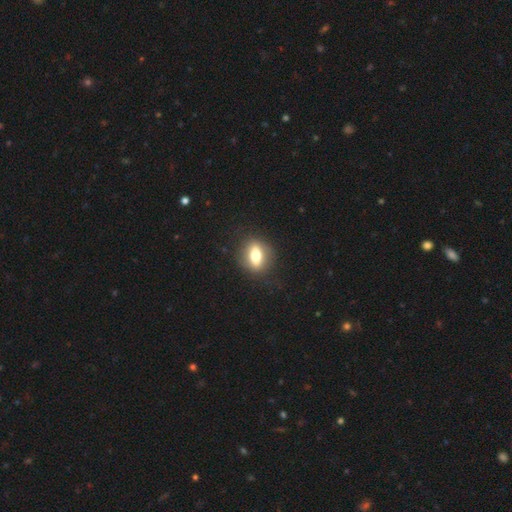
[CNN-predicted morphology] Smooth or featured?
  - smooth: 60% *
  - featured or disk: 32%
  - star or artifact: 8%
How rounded?
  - in between: 62% *
  - round: 27%
  - cigar-shaped: 11%
Merging?
  - none: 85% *
  - minor disturbance: 10%
  - major disturbance: 4%
  - merger: 1%